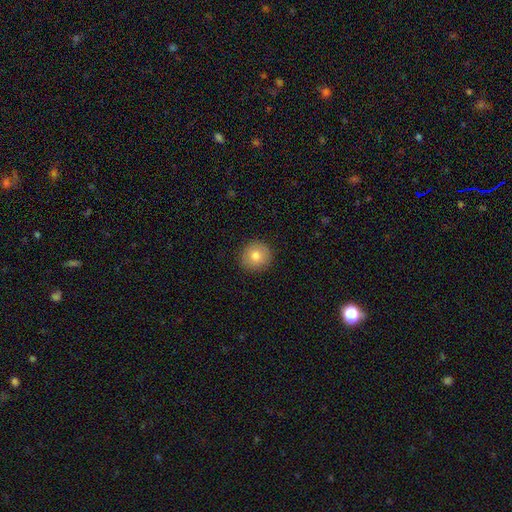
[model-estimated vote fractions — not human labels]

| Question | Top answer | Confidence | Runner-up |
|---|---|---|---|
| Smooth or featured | smooth | 80% | featured or disk (11%) |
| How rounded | round | 92% | in between (7%) |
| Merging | none | 91% | minor disturbance (6%) |